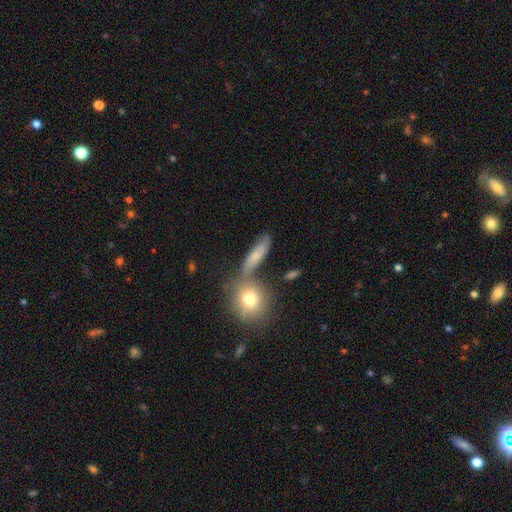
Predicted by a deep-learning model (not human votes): smooth-or-featured: smooth: 62% | featured or disk: 27% | star or artifact: 11%
  how-rounded: cigar-shaped: 48% | in between: 37% | round: 15%
  merging: none: 58% | merger: 19% | minor disturbance: 16% | major disturbance: 7%